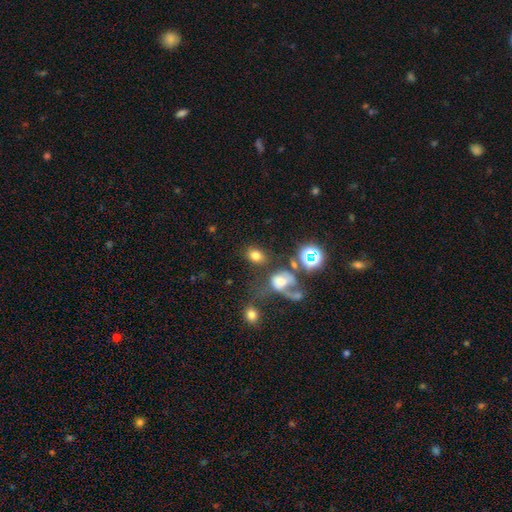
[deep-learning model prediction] smooth_or_featured: smooth (p=0.74) [alt: star or artifact p=0.14]
how_rounded: in between (p=0.67) [alt: round p=0.32]
merging: none (p=0.62) [alt: merger p=0.15]